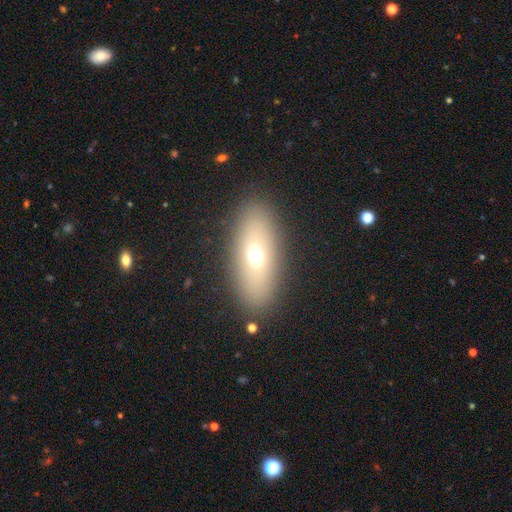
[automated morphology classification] A smooth galaxy with no disk features (62%) that is in between round and cigar-shaped (79%). Merging: none (86%).